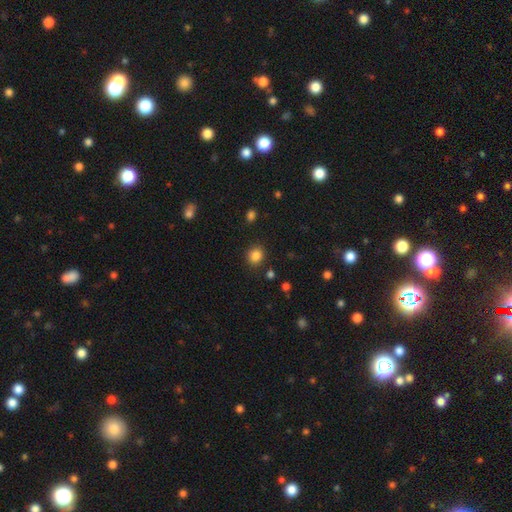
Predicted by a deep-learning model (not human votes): Smooth or featured? smooth (85%)
How rounded? round (79%)
Merging? none (87%)